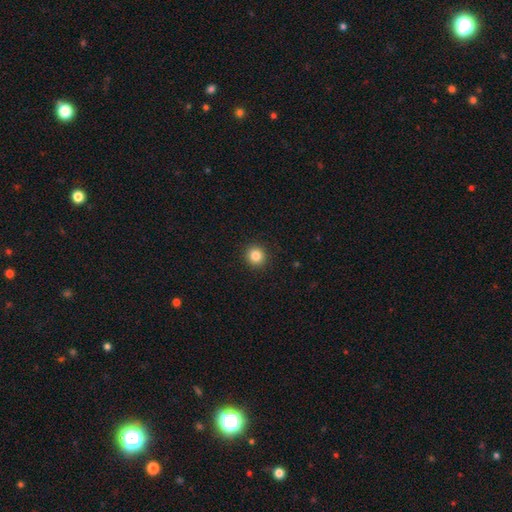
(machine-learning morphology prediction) type=smooth (84%); roundness=round (92%); merging=none (92%).